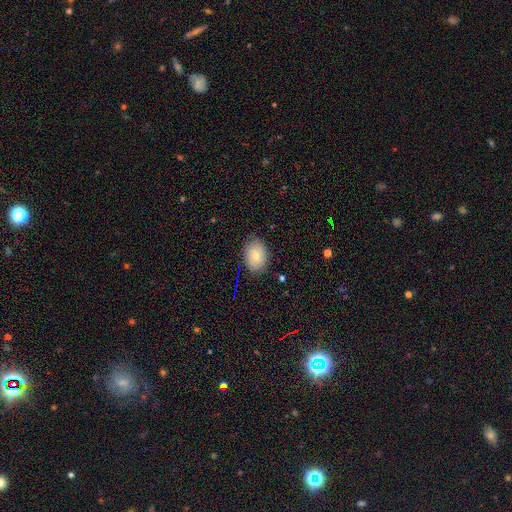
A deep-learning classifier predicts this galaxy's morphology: This is likely a smooth galaxy (76%). How rounded: likely in between (73%). Merging: clearly none (82%).